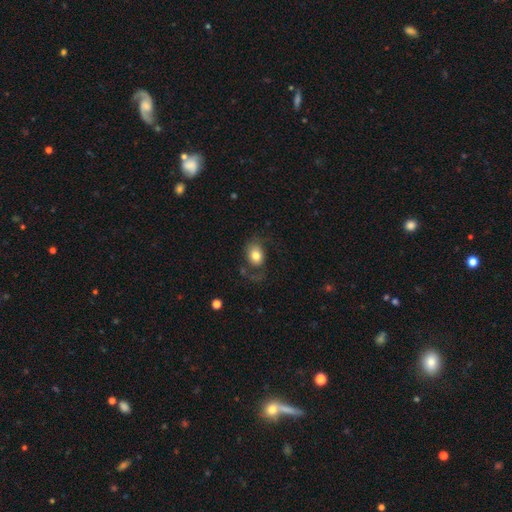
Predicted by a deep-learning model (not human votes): Smooth or featured? Predicted: smooth (p=0.67). How rounded? Predicted: in between (p=0.61). Merging? Predicted: none (p=0.48).